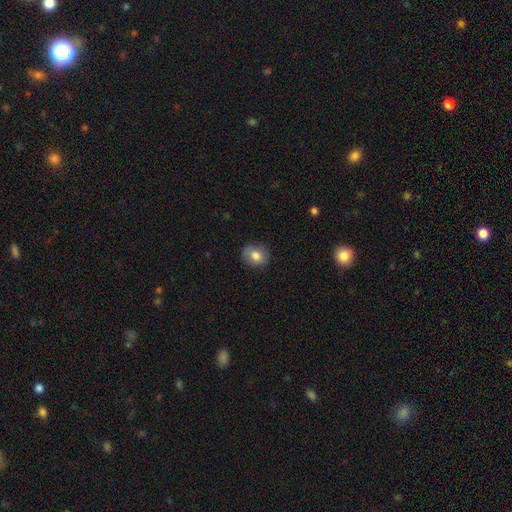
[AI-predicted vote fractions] Smooth or featured: smooth — 79% (featured or disk — 12%)
How rounded: round — 70% (in between — 29%)
Merging: none — 81% (minor disturbance — 14%)